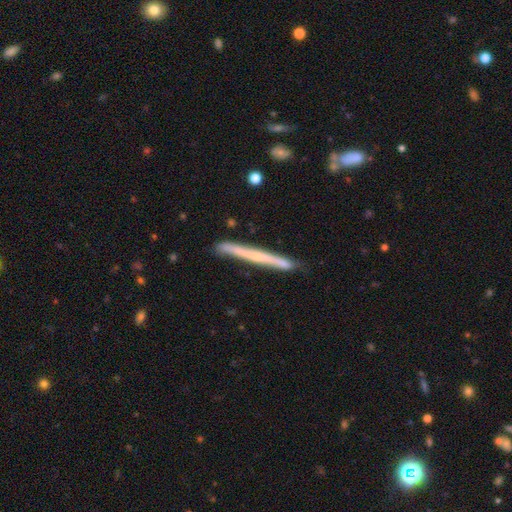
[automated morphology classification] Smooth or featured?
  - featured or disk: 56% *
  - smooth: 38%
  - star or artifact: 6%
Edge-on disk?
  - yes: 96% *
  - no: 4%
Edge-on bulge?
  - none: 74% *
  - rounded: 20%
  - boxy: 6%
Merging?
  - none: 84% *
  - minor disturbance: 12%
  - merger: 2%
  - major disturbance: 2%